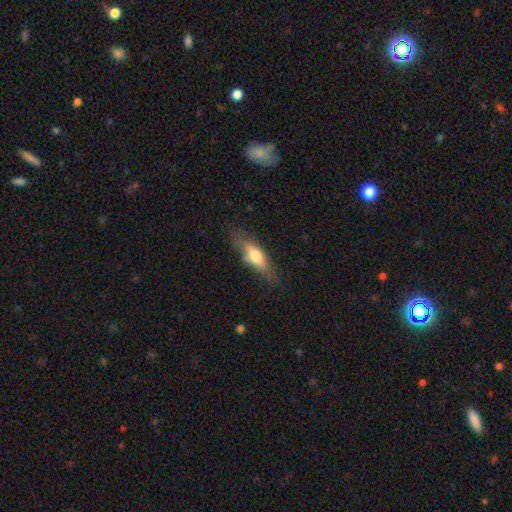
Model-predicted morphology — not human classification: smooth 61%, featured or disk 32%, star or artifact 6%. Down the decision tree: how rounded — in between (50%); merging — none (70%).